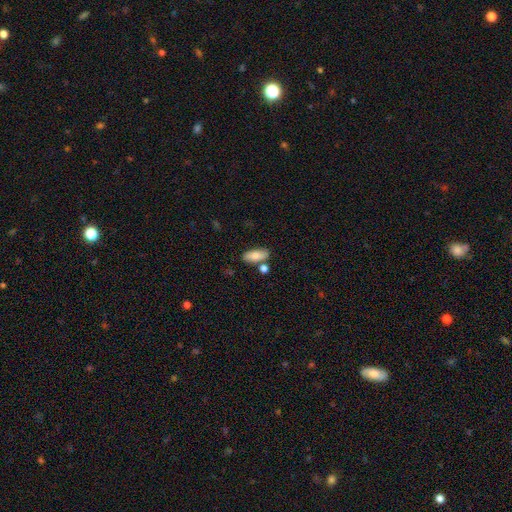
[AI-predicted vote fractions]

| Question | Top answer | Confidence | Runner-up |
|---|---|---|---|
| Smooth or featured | smooth | 81% | featured or disk (12%) |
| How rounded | in between | 81% | cigar-shaped (16%) |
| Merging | none | 75% | minor disturbance (12%) |